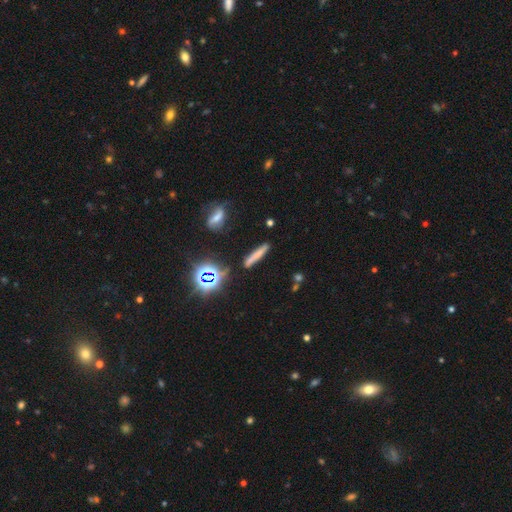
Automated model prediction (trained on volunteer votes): smooth 65%, featured or disk 20%, star or artifact 16%. Down the decision tree: how rounded — cigar-shaped (90%); merging — none (83%).